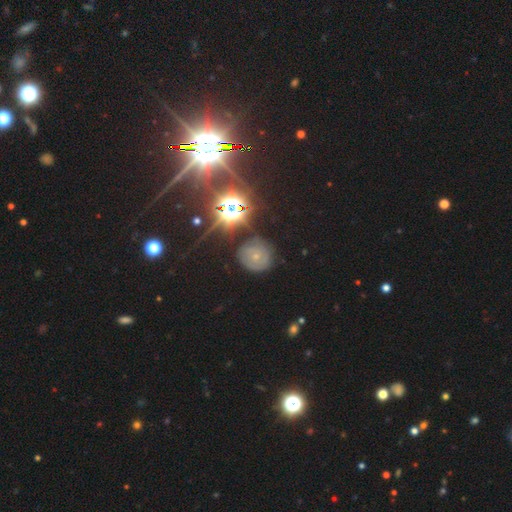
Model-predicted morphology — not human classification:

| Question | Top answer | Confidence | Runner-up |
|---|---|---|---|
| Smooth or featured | featured or disk | 35% | star or artifact (33%) |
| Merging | none | 78% | minor disturbance (14%) |